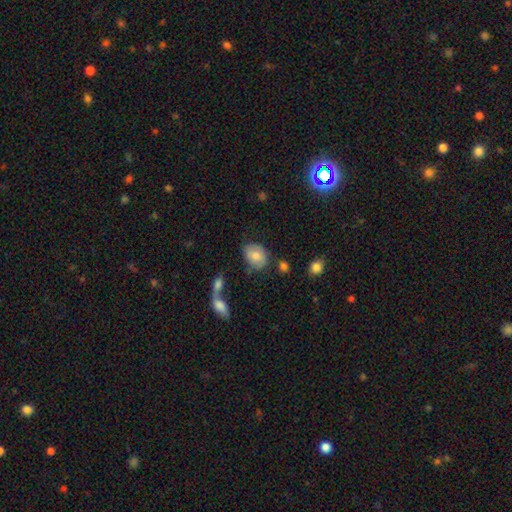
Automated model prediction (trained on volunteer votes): This appears to be a smooth galaxy with no disk features (76%) that is in between round and cigar-shaped (60%). Merging: none (68%).